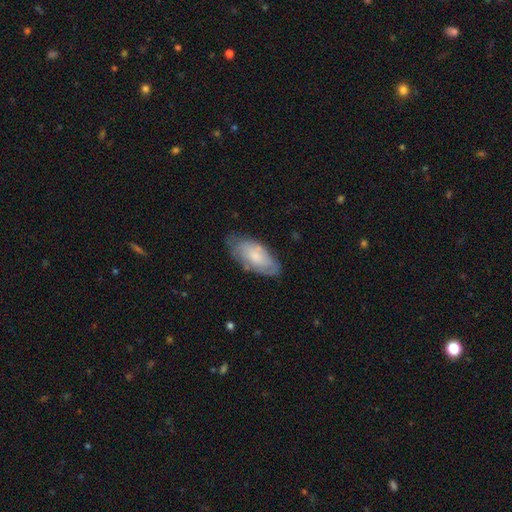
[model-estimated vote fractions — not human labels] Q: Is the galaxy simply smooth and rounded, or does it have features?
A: smooth — 61%.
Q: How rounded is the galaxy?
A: in between — 91%.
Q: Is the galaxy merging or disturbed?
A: none — 67%.